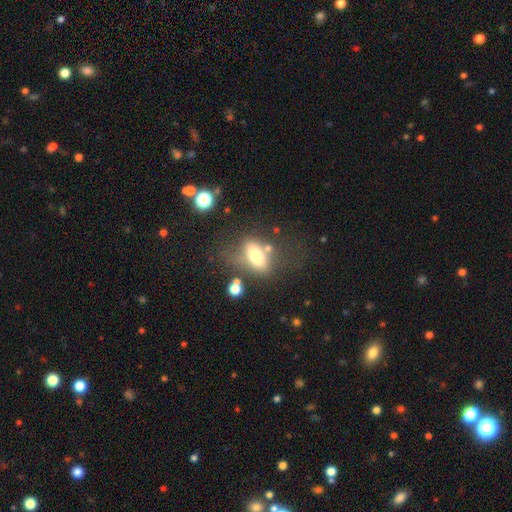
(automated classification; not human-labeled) smooth 66%, featured or disk 23%, star or artifact 10%. Down the decision tree: how rounded — in between (82%); merging — none (46%).